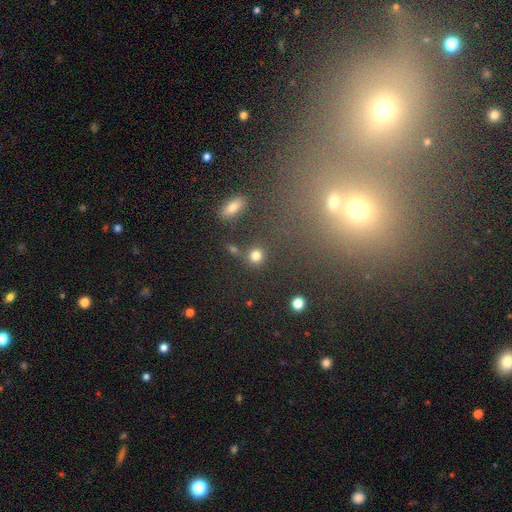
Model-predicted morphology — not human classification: Q: Smooth or featured?
A: smooth (81%); runner-up: star or artifact (13%)
Q: How rounded?
A: round (89%); runner-up: in between (10%)
Q: Merging?
A: none (78%); runner-up: merger (10%)